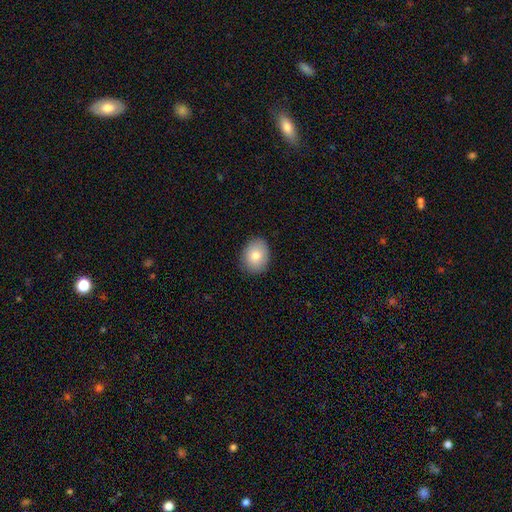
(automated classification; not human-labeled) This appears to be a smooth galaxy with no disk features (80%) that is in between round and cigar-shaped (57%). Merging: none (87%).